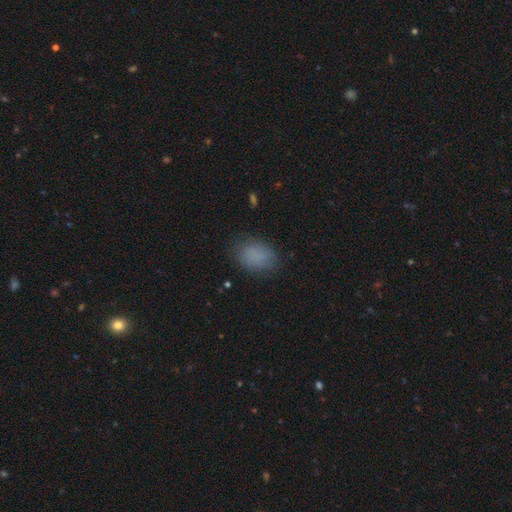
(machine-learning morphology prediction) Smooth or featured: smooth — 84% (star or artifact — 10%)
How rounded: in between — 69% (round — 29%)
Merging: none — 79% (minor disturbance — 15%)